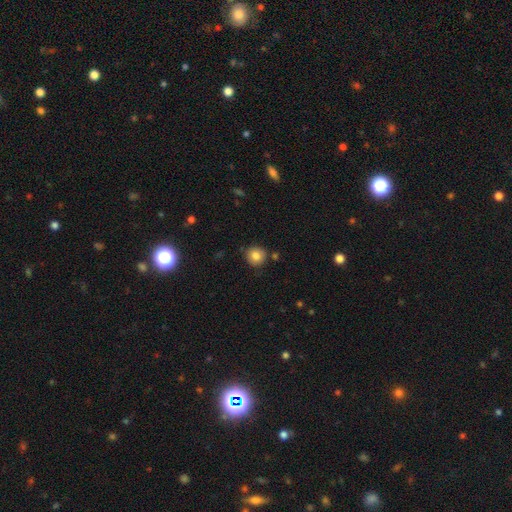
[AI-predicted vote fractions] Smooth or featured: smooth — 82% (star or artifact — 10%)
How rounded: round — 91% (in between — 8%)
Merging: none — 84% (minor disturbance — 10%)